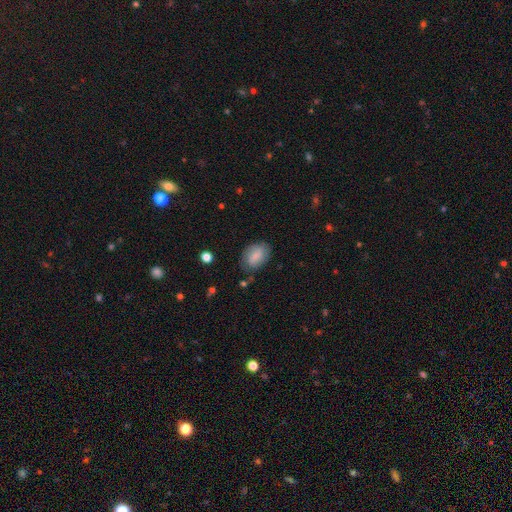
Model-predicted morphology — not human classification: This is likely a smooth galaxy (77%). How rounded: clearly in between (84%). Merging: likely none (72%).